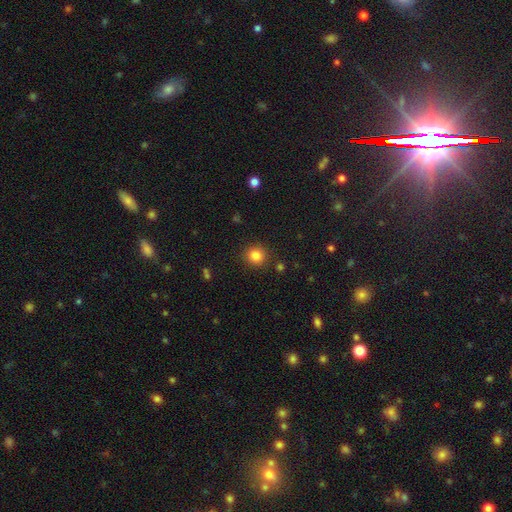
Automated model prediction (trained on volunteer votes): smooth_or_featured: smooth (p=0.84) [alt: star or artifact p=0.11]
how_rounded: round (p=0.90) [alt: in between p=0.09]
merging: none (p=0.88) [alt: minor disturbance p=0.07]